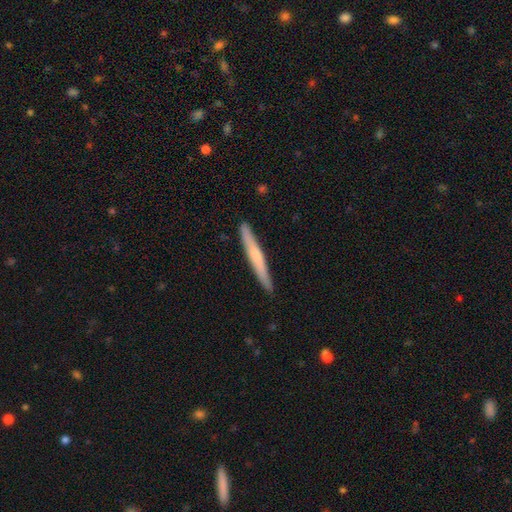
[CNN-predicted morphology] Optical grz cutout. It shows a smooth galaxy with no disk features (53%) that is cigar-shaped (96%). Merging: none (90%).